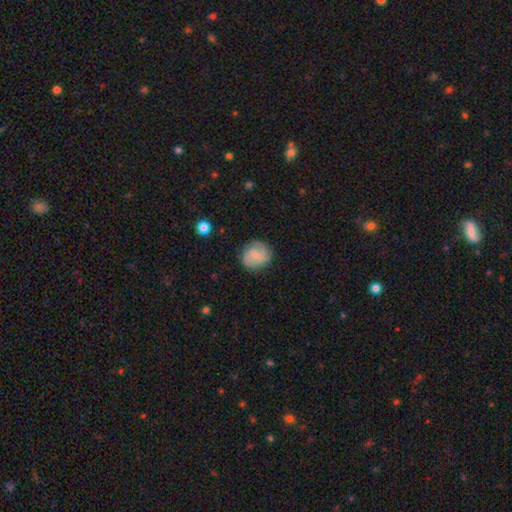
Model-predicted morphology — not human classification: A smooth galaxy with no disk features (51%) that is round (79%). Merging: none (78%).